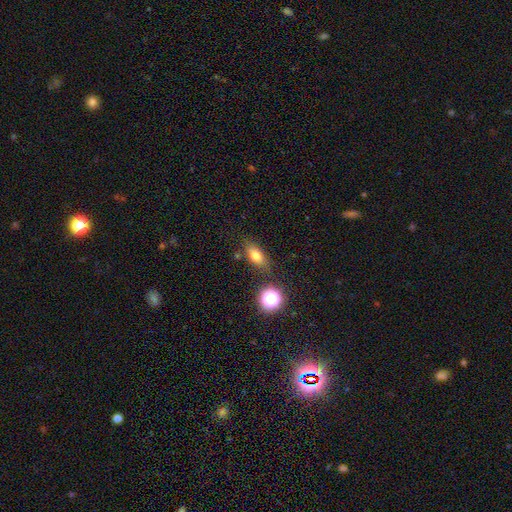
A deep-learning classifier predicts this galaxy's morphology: Smooth or featured?
  - smooth: 72% *
  - star or artifact: 14%
  - featured or disk: 14%
How rounded?
  - in between: 72% *
  - round: 15%
  - cigar-shaped: 13%
Merging?
  - none: 77% *
  - minor disturbance: 14%
  - merger: 5%
  - major disturbance: 4%